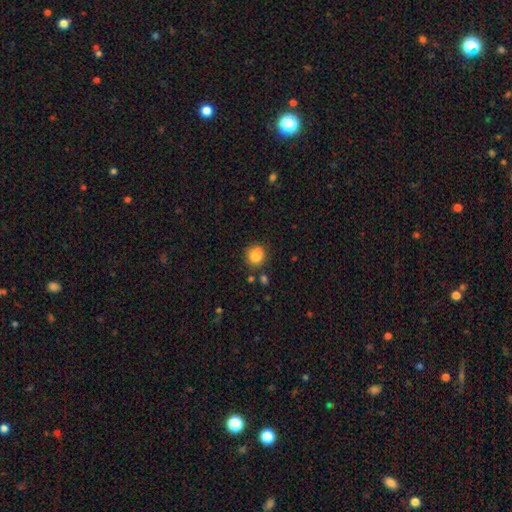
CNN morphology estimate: Smooth or featured?
  - smooth: 84% *
  - star or artifact: 10%
  - featured or disk: 6%
How rounded?
  - round: 85% *
  - in between: 14%
  - cigar-shaped: 1%
Merging?
  - none: 80% *
  - minor disturbance: 12%
  - merger: 5%
  - major disturbance: 3%